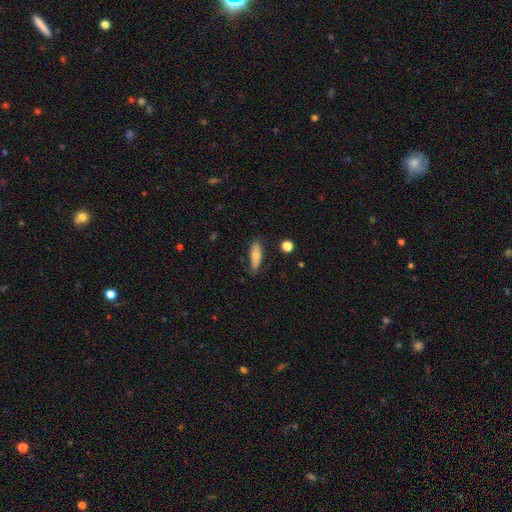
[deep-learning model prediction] Morphology: type=smooth (69%); roundness=in between (50%); merging=none (76%).